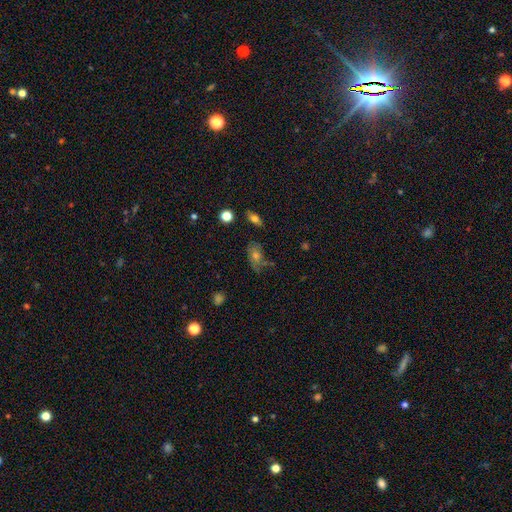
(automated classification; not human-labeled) Morphology: type=smooth (41%); merging=none (58%).